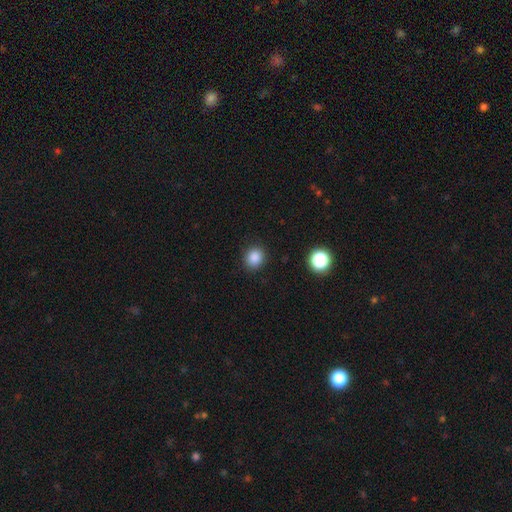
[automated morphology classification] smooth 85%, star or artifact 11%, featured or disk 3%. Down the decision tree: how rounded — round (78%); merging — none (89%).